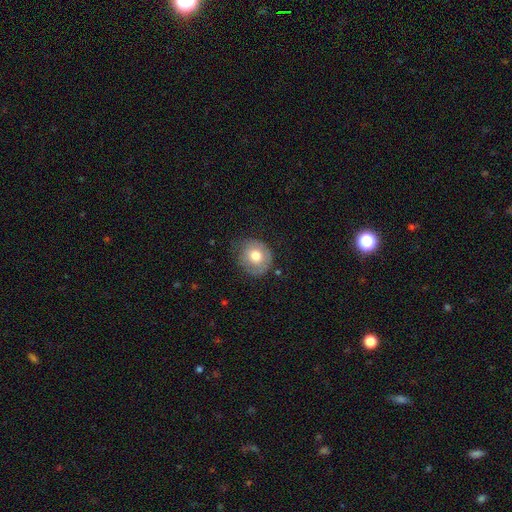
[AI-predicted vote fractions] Overall: smooth (68%). How rounded: round (83%). Merging: none (68%).